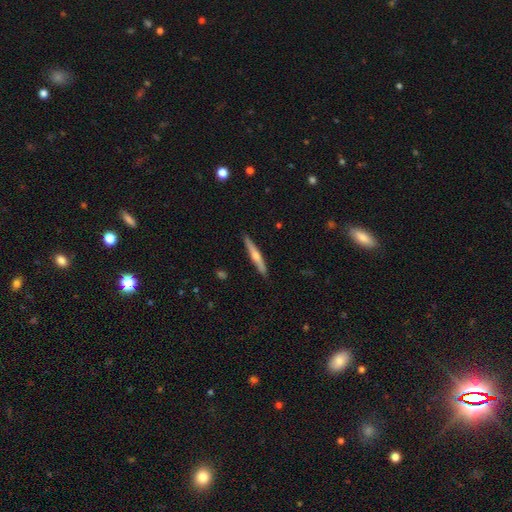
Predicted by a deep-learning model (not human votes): smooth-or-featured: featured or disk: 59% | smooth: 36% | star or artifact: 6%
  disk-edge-on: yes: 96% | no: 4%
    edge-on-bulge: rounded: 86% | none: 11% | boxy: 3%
  merging: none: 90% | minor disturbance: 8% | major disturbance: 1% | merger: 1%